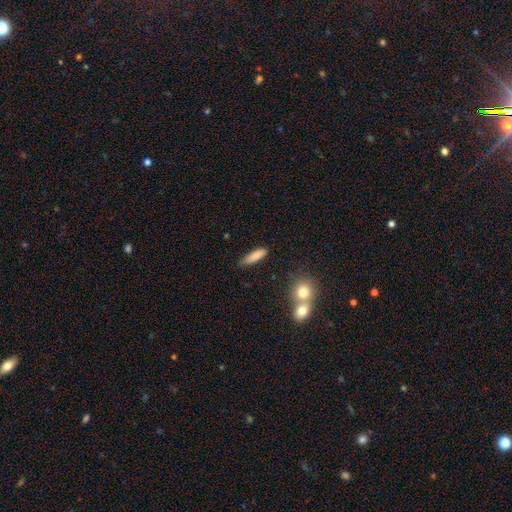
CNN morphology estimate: The model was most divided on "how rounded": cigar-shaped: 70%, in between: 27%, round: 2%. More confident: smooth or featured — smooth (81%); merging — none (72%).